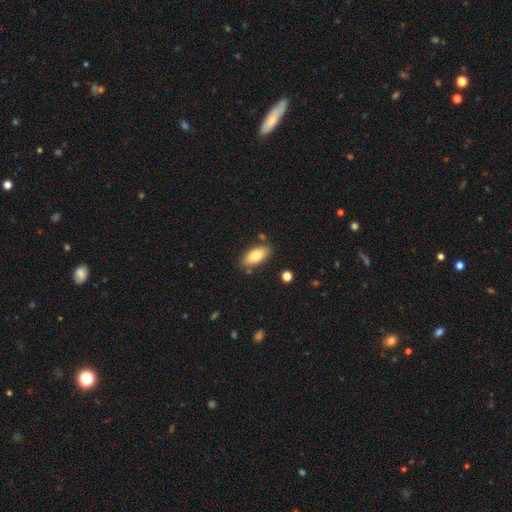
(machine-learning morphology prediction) Smooth or featured: smooth — 77% (featured or disk — 16%)
How rounded: in between — 88% (cigar-shaped — 9%)
Merging: none — 81% (minor disturbance — 12%)